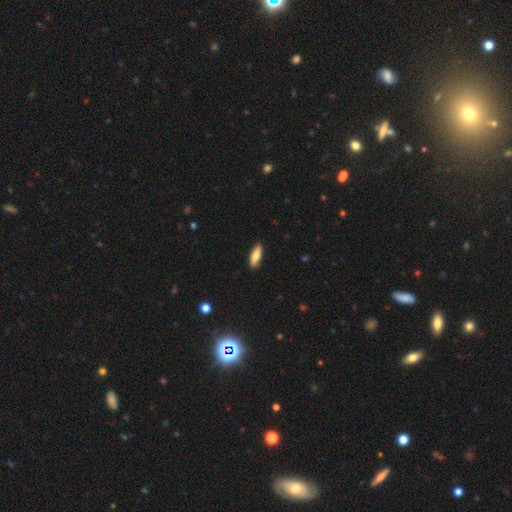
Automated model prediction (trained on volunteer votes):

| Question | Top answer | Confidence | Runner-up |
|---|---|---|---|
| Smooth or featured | smooth | 80% | featured or disk (14%) |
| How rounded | in between | 63% | cigar-shaped (35%) |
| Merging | none | 88% | minor disturbance (9%) |